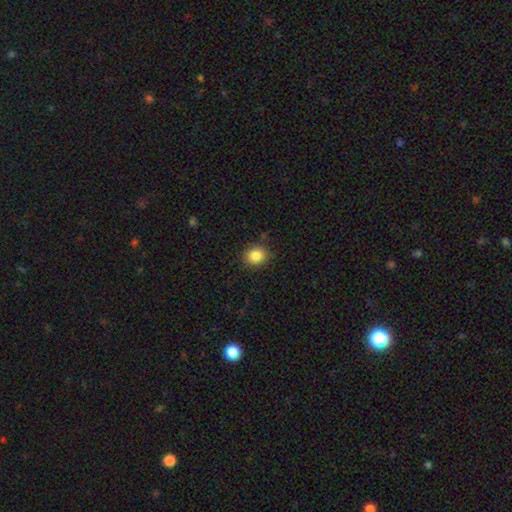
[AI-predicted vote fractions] A smooth galaxy with no disk features (86%) that is round (77%).

Vote fractions:
- Smooth or featured? smooth: 86% / star or artifact: 10% / featured or disk: 4%
- How rounded? round: 77% / in between: 22% / cigar-shaped: 1%
- Merging? none: 87% / minor disturbance: 9% / major disturbance: 3% / merger: 1%